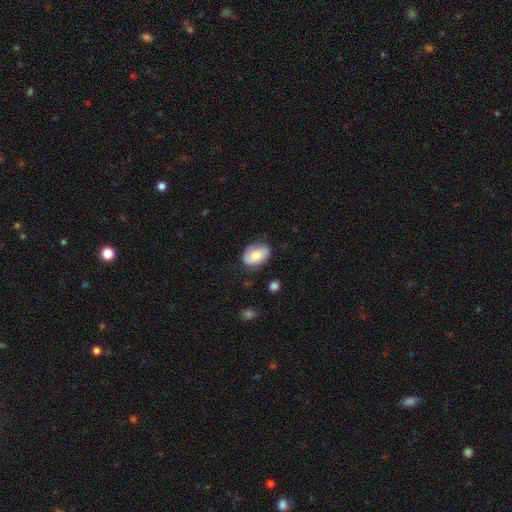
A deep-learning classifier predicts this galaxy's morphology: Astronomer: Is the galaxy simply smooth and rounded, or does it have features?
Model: smooth — 64%.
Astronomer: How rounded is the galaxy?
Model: in between — 83%.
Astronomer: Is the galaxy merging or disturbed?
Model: none — 67%.